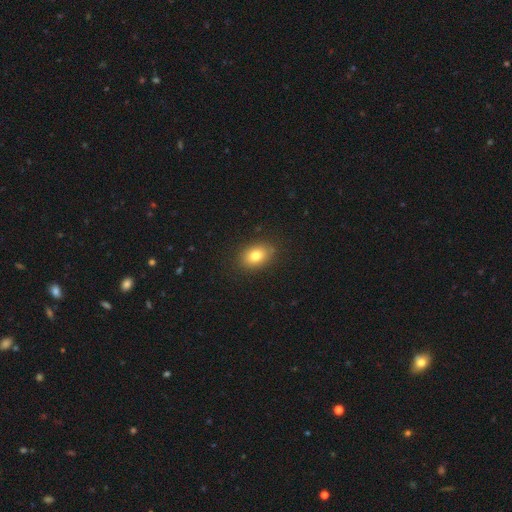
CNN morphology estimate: The model was most divided on "how rounded": in between: 75%, round: 23%, cigar-shaped: 1%. More confident: merging — none (86%); smooth or featured — smooth (80%).